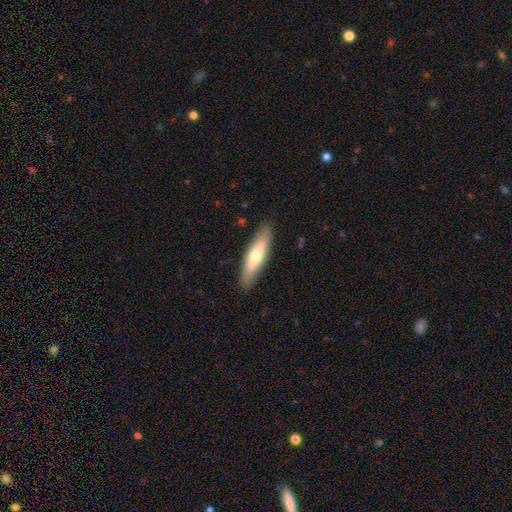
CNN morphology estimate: A smooth galaxy with no disk features (65%) that is cigar-shaped (68%). Merging: none (87%).